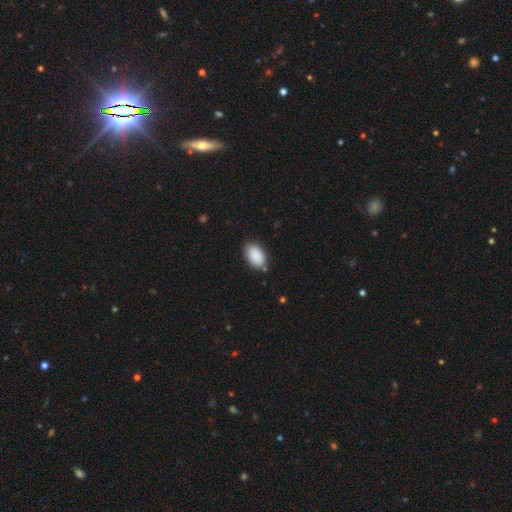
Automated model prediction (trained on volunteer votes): Q: Smooth or featured?
A: smooth (90%); runner-up: star or artifact (6%)
Q: How rounded?
A: in between (92%); runner-up: round (7%)
Q: Merging?
A: none (79%); runner-up: minor disturbance (16%)